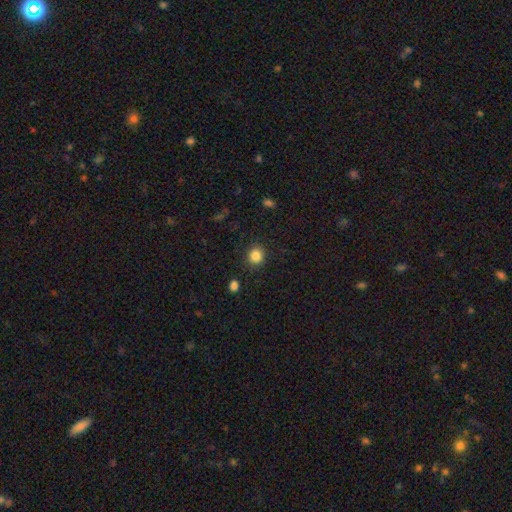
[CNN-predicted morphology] This is clearly a smooth galaxy (85%). How rounded: clearly round (83%). Merging: clearly none (88%).